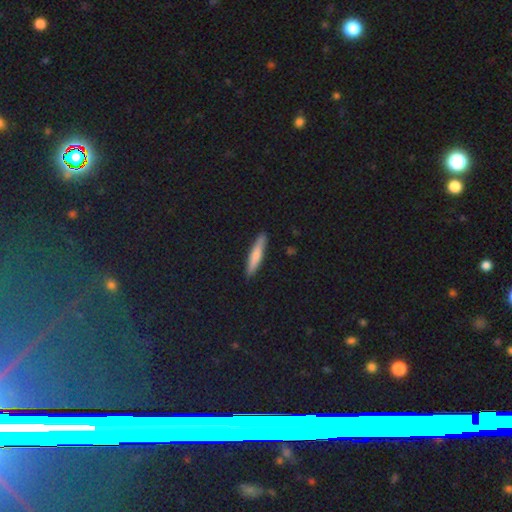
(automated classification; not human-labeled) Morphology: type=smooth (70%); roundness=cigar-shaped (89%); merging=none (89%).